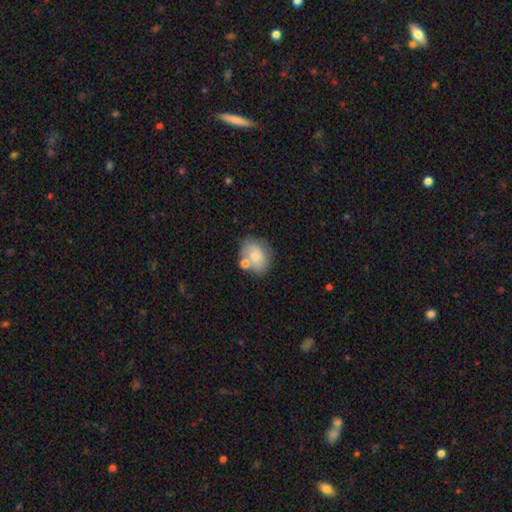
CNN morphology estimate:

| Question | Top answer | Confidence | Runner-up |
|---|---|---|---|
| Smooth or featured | smooth | 72% | featured or disk (20%) |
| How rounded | in between | 65% | round (34%) |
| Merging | none | 53% | merger (21%) |